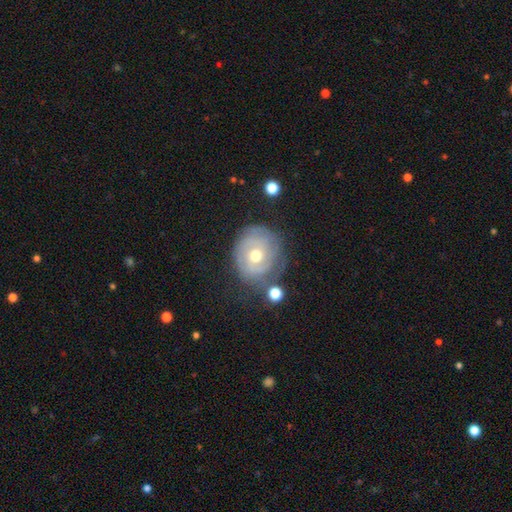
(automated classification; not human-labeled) Smooth or featured? featured or disk (68%)
Edge-on disk? no (97%)
Bar? no (74%)
Spiral arms? yes (80%)
Spiral winding? tight (71%)
Spiral arm count? can't tell (47%)
Bulge size? moderate (71%)
Merging? none (61%)